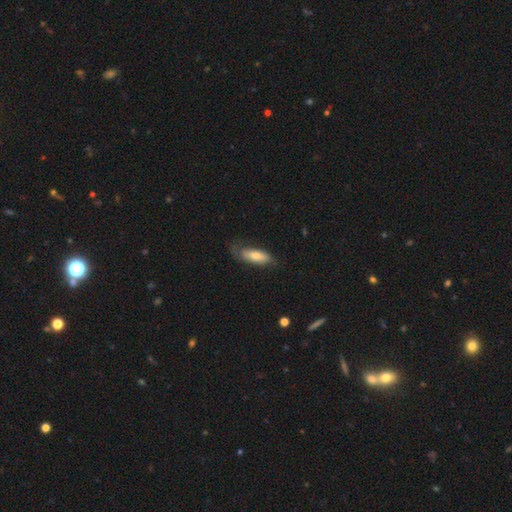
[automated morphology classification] Smooth or featured? smooth (65%)
How rounded? in between (64%)
Merging? none (57%)